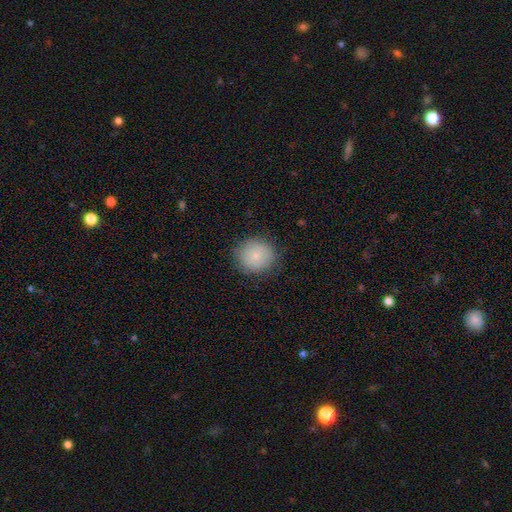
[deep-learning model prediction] Smooth or featured? Predicted: smooth (p=0.81). How rounded? Predicted: round (p=0.82). Merging? Predicted: none (p=0.84).